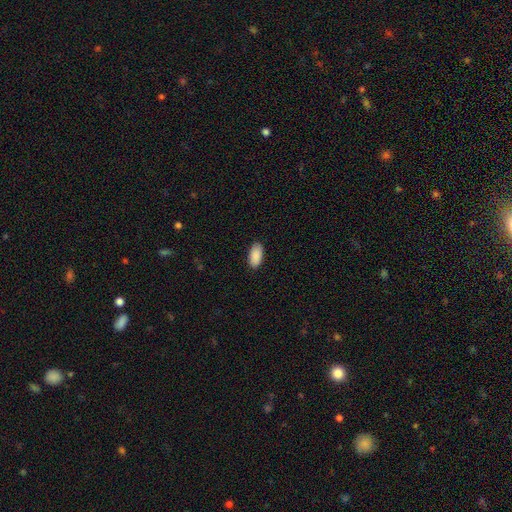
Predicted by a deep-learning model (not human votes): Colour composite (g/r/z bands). It shows a smooth galaxy with no disk features (90%) that is in between round and cigar-shaped (94%). Merging: none (89%).